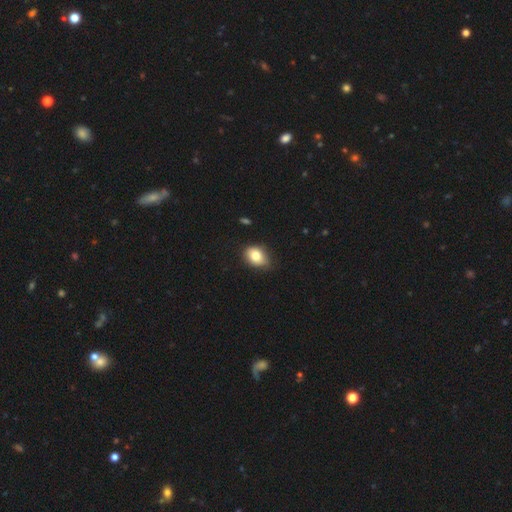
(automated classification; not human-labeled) Morphology: type=smooth (81%); roundness=in between (65%); merging=none (70%).